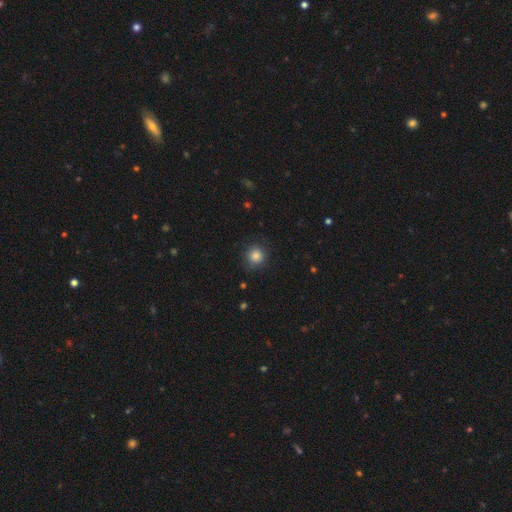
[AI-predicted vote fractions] Overall: smooth (84%). How rounded: round (91%). Merging: none (84%).